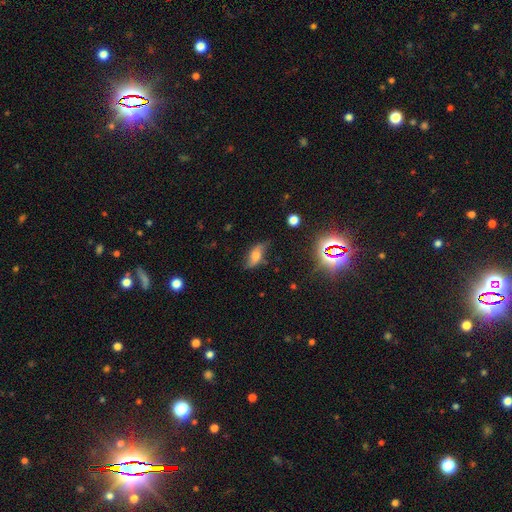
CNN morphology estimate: A smooth galaxy with no disk features (53%) that is in between round and cigar-shaped (81%). Merging: none (65%).